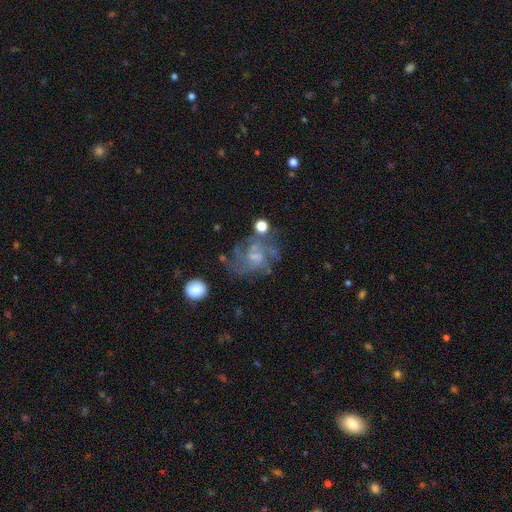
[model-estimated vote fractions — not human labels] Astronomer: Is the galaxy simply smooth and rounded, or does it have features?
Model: featured or disk — 70%.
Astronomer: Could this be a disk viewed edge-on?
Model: no — 98%.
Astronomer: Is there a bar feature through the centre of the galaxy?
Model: no — 61%.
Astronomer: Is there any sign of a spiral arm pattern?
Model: yes — 80%.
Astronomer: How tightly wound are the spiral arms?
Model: medium — 44% (runner-up: tight, 35%).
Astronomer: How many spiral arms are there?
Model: can't tell — 39% (runner-up: 3, 21%).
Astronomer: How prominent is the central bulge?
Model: small — 36% (runner-up: none, 30%).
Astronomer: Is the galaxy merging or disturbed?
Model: none — 51%.